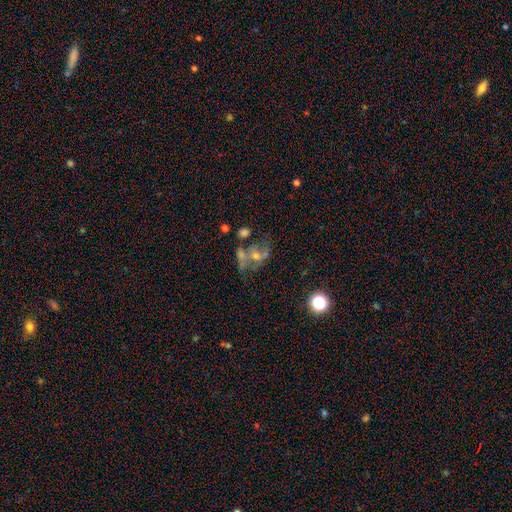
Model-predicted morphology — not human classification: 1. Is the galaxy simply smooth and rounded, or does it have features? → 57% featured or disk, 22% star or artifact, 21% smooth.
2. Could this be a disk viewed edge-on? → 96% no, 4% yes.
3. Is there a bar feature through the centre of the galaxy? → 72% no, 21% weak, 7% strong.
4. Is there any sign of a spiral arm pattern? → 51% no, 49% yes.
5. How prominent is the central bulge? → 41% moderate, 38% small, 14% none, 5% large, 2% dominant.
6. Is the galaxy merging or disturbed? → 35% none, 29% merger, 22% major disturbance, 14% minor disturbance.